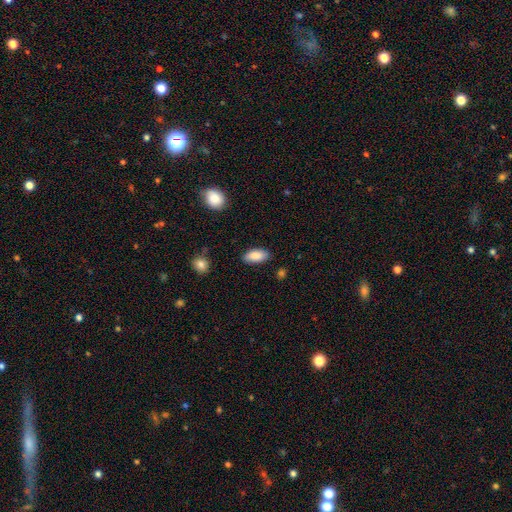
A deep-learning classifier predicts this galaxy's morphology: A smooth galaxy with no disk features (86%) that is in between round and cigar-shaped (90%).

Vote fractions:
- Smooth or featured? smooth: 86% / featured or disk: 7% / star or artifact: 7%
- How rounded? in between: 90% / cigar-shaped: 8% / round: 2%
- Merging? none: 86% / minor disturbance: 10% / major disturbance: 2% / merger: 1%